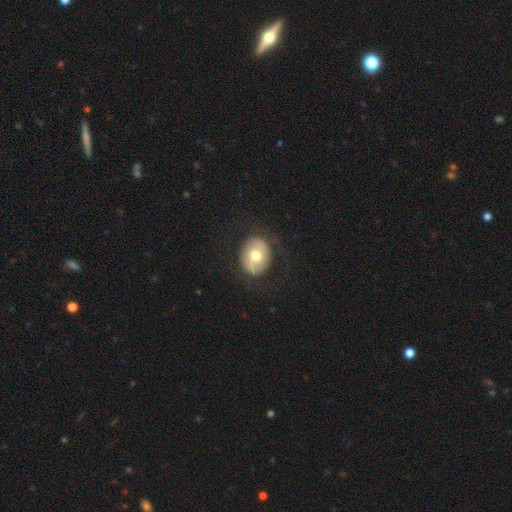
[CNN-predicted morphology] smooth 61%, featured or disk 32%, star or artifact 7%. Down the decision tree: how rounded — in between (50%); merging — none (79%).